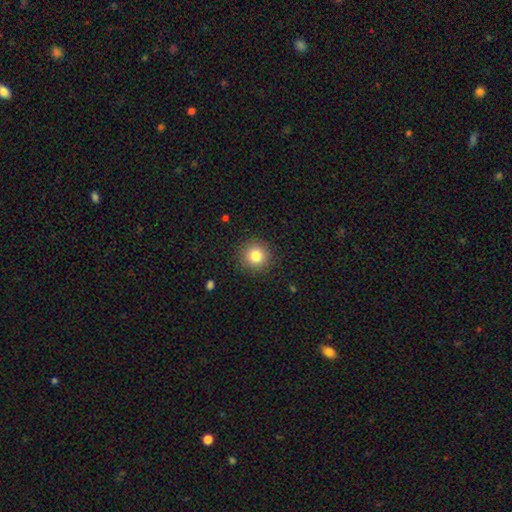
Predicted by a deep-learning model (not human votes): The model was most divided on "smooth or featured": smooth: 81%, star or artifact: 11%, featured or disk: 7%. More confident: how rounded — round (94%); merging — none (90%).